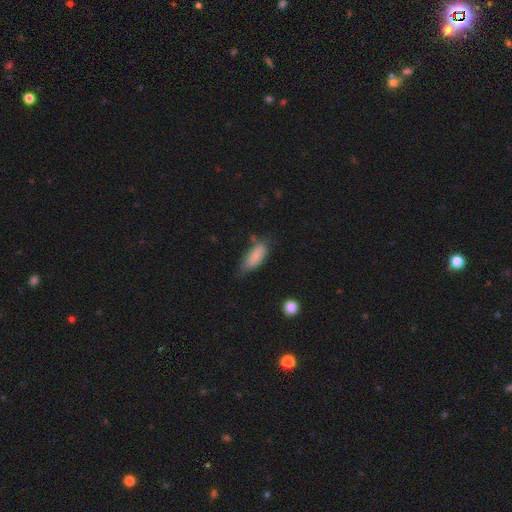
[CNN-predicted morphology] A smooth galaxy with no disk features (83%) that is in between round and cigar-shaped (78%).

Vote fractions:
- Smooth or featured? smooth: 83% / featured or disk: 10% / star or artifact: 7%
- How rounded? in between: 78% / cigar-shaped: 20% / round: 2%
- Merging? none: 47% / minor disturbance: 38% / major disturbance: 11% / merger: 4%